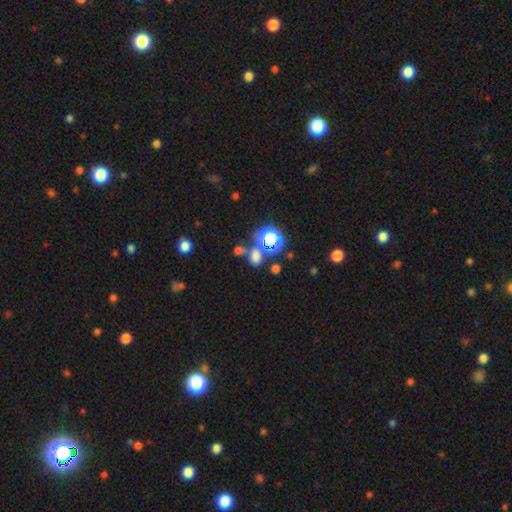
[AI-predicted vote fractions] Smooth or featured: smooth — 63% (star or artifact — 30%)
How rounded: round — 52% (in between — 46%)
Merging: none — 62% (merger — 21%)